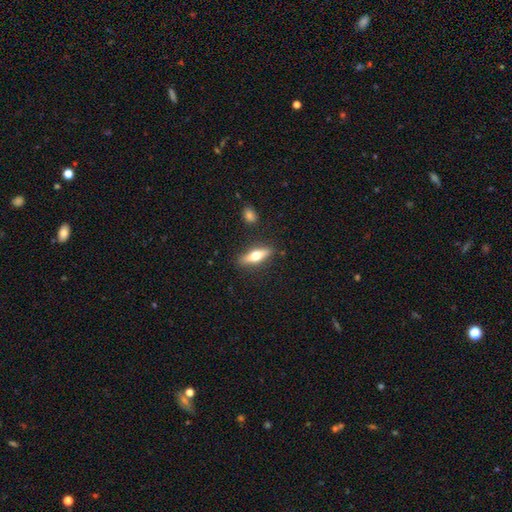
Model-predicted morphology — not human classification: A smooth galaxy with no disk features (48%).

Vote fractions:
- Smooth or featured? smooth: 48% / featured or disk: 45% / star or artifact: 6%
- Merging? none: 86% / minor disturbance: 9% / merger: 3% / major disturbance: 2%